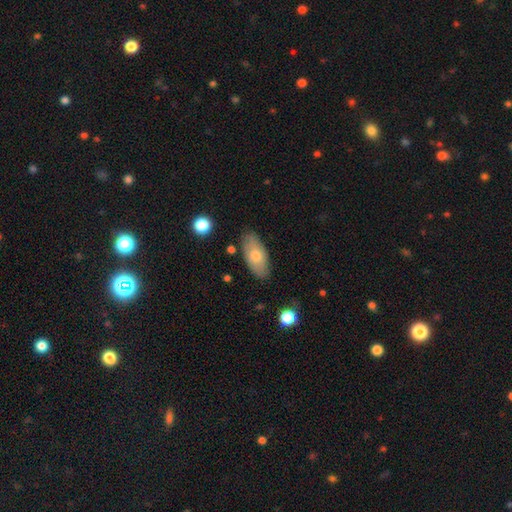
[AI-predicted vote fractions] smooth 67%, featured or disk 27%, star or artifact 7%. Down the decision tree: how rounded — in between (89%); merging — none (82%).